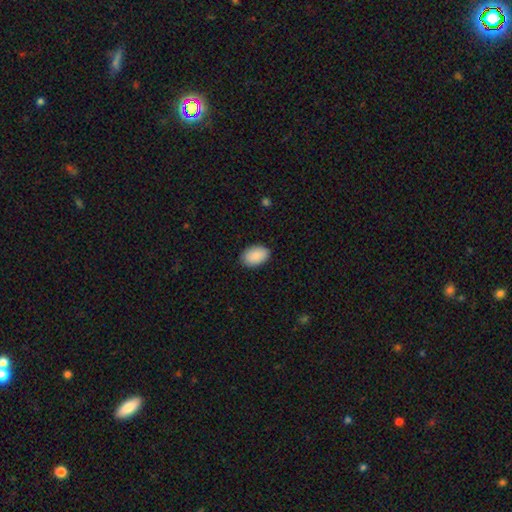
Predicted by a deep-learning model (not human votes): Smooth or featured?
  - smooth: 90% *
  - star or artifact: 6%
  - featured or disk: 4%
How rounded?
  - in between: 91% *
  - round: 7%
  - cigar-shaped: 1%
Merging?
  - none: 88% *
  - minor disturbance: 9%
  - major disturbance: 2%
  - merger: 1%